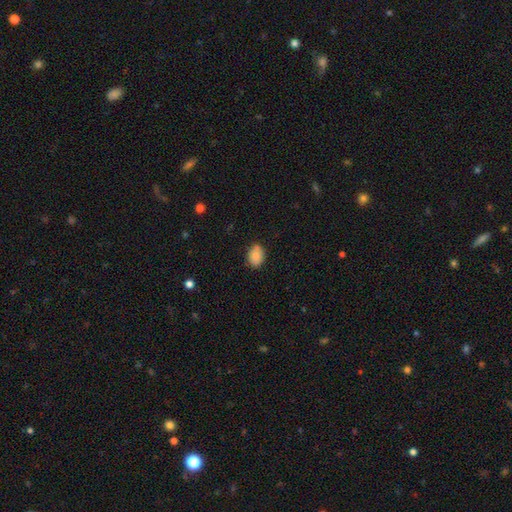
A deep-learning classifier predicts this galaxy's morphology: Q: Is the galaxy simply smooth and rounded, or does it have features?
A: smooth — 85%.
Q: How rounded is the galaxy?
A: in between — 70%.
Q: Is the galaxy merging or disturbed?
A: none — 78%.